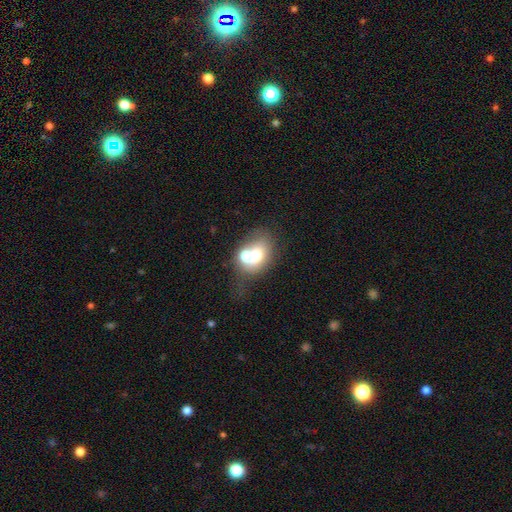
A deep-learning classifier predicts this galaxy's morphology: smooth_or_featured: smooth (p=0.61) [alt: featured or disk p=0.26]
how_rounded: in between (p=0.54) [alt: round p=0.45]
merging: merger (p=0.49) [alt: none p=0.33]